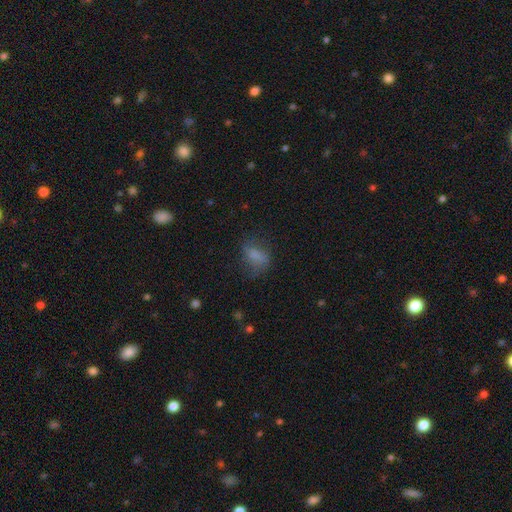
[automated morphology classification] type=smooth (70%); roundness=in between (80%); merging=none (53%).